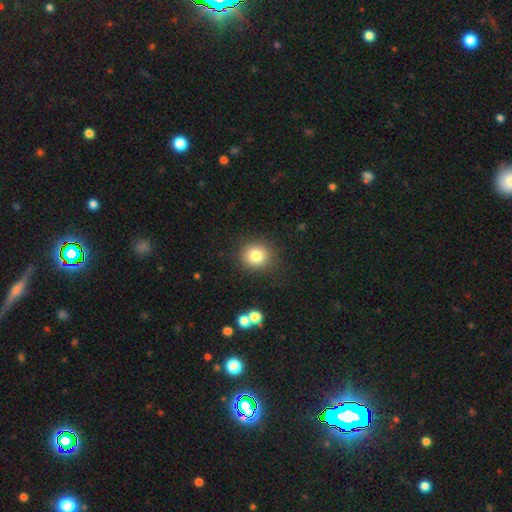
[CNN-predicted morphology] Overall: smooth (80%). How rounded: round (86%). Merging: none (87%).